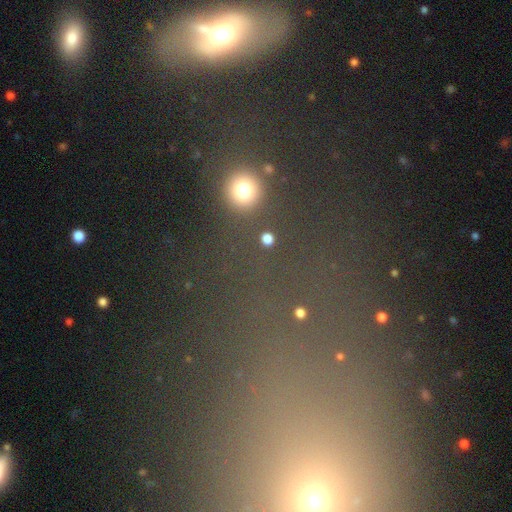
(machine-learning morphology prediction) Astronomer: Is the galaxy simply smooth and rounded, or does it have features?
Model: smooth — 51% (runner-up: star or artifact, 36%).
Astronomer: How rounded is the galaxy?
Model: round — 65%.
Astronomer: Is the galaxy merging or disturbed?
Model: none — 66%.